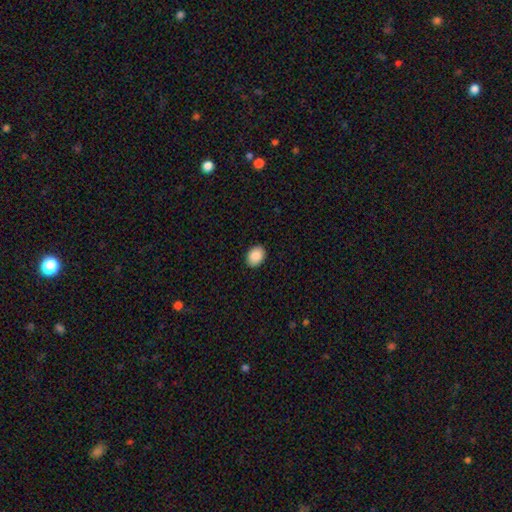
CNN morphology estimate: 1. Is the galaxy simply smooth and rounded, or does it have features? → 89% smooth, 7% star or artifact, 3% featured or disk.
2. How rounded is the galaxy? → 67% in between, 32% round, 1% cigar-shaped.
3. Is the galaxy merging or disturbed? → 90% none, 7% minor disturbance, 2% major disturbance, 1% merger.